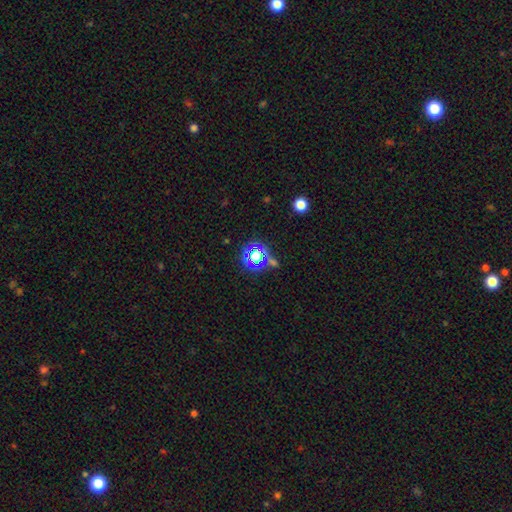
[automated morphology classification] This appears to be a star or artifact, not a galaxy (66%).